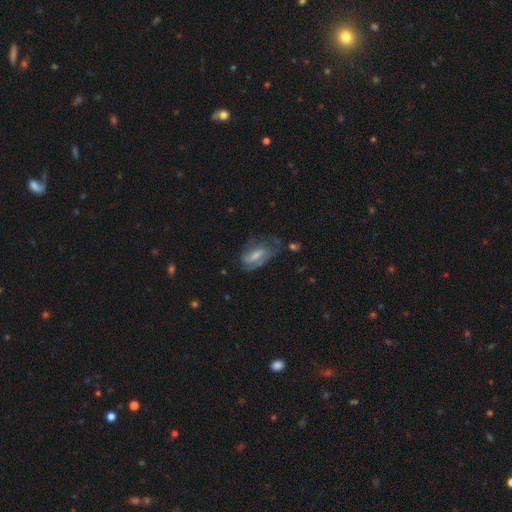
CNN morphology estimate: This appears to be a featured or disk galaxy (55%). Merging: none (44%).